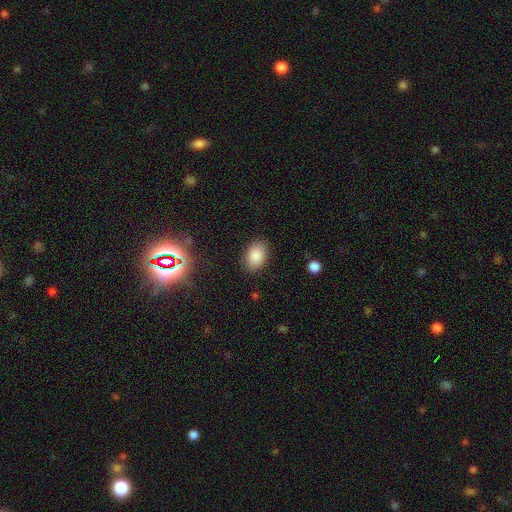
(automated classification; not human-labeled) Smooth or featured? Predicted: smooth (p=0.87). How rounded? Predicted: in between (p=0.83). Merging? Predicted: none (p=0.86).